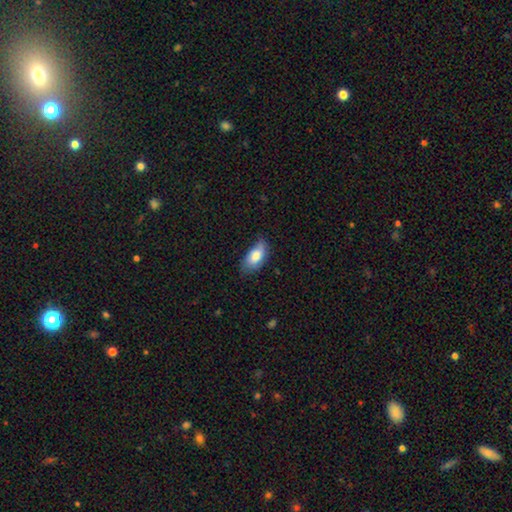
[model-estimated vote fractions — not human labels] Morphology: type=smooth (78%); roundness=in between (92%); merging=none (63%).